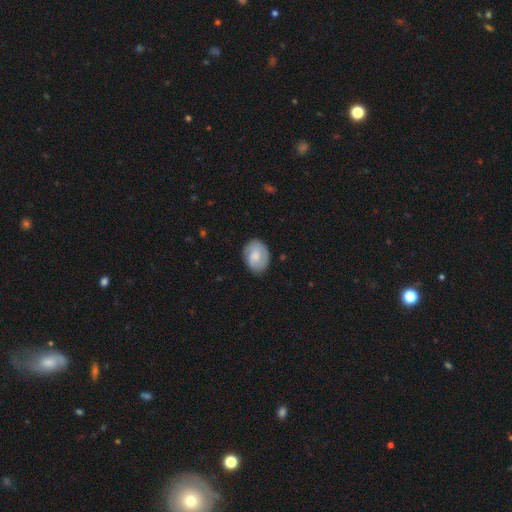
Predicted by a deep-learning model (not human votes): A smooth galaxy with no disk features (57%) that is in between round and cigar-shaped (67%). Merging: none (78%).